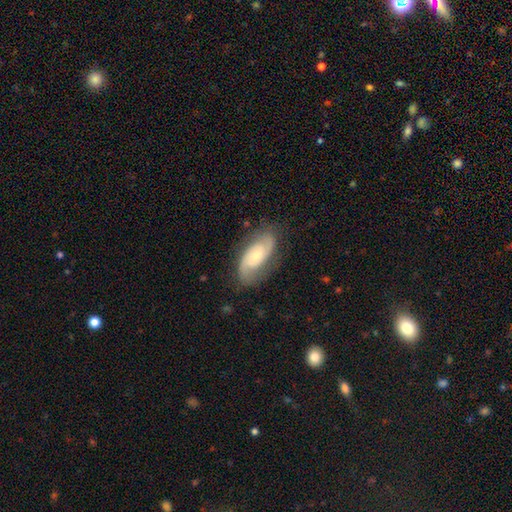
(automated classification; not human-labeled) Smooth or featured: featured or disk — 73% (smooth — 21%)
Edge-on disk: no — 95% (yes — 5%)
Bar: no — 61% (weak — 31%)
Spiral arms: yes — 93% (no — 7%)
Spiral winding: medium — 43% (tight — 36%)
Spiral arm count: 2 — 82% (can't tell — 10%)
Bulge size: small — 56% (moderate — 36%)
Merging: none — 76% (minor disturbance — 17%)